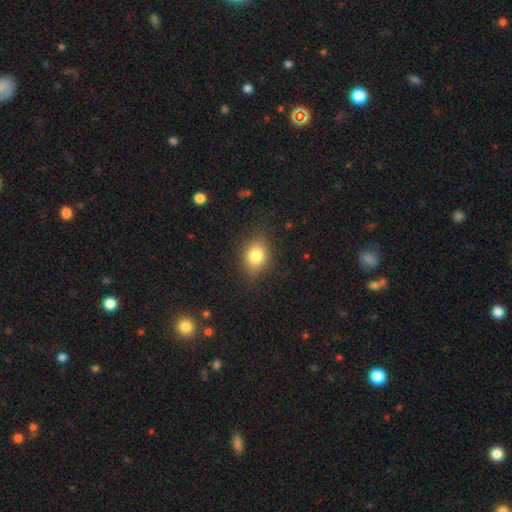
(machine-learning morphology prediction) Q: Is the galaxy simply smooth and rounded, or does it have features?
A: smooth — 82%.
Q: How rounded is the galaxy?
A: in between — 74%.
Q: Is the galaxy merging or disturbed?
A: none — 82%.